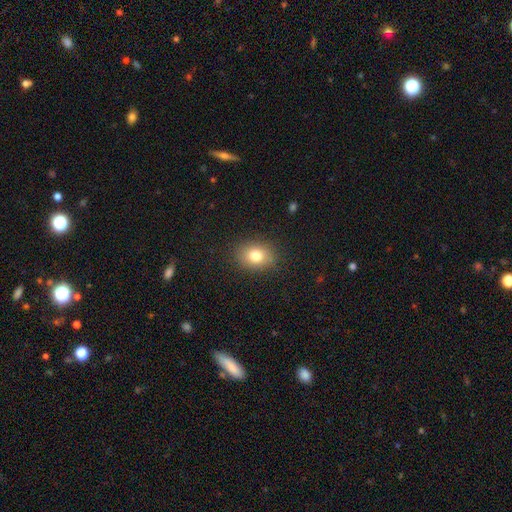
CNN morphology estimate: smooth_or_featured: smooth (p=0.80) [alt: star or artifact p=0.11]
how_rounded: in between (p=0.59) [alt: round p=0.40]
merging: none (p=0.86) [alt: minor disturbance p=0.10]